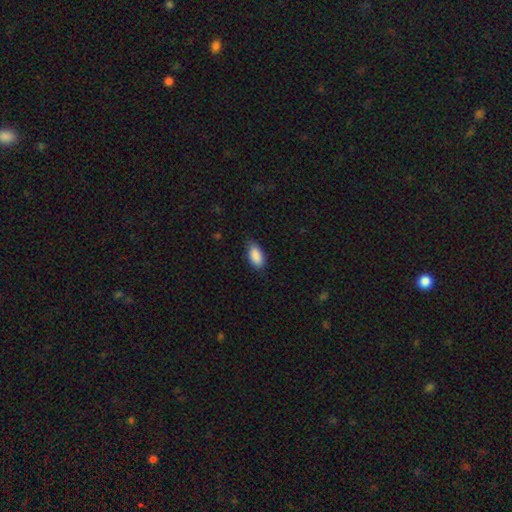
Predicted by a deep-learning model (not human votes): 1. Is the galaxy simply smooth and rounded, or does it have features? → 90% smooth, 6% star or artifact, 4% featured or disk.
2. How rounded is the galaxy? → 92% in between, 6% cigar-shaped, 3% round.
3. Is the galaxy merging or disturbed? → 81% none, 15% minor disturbance, 3% major disturbance, 1% merger.